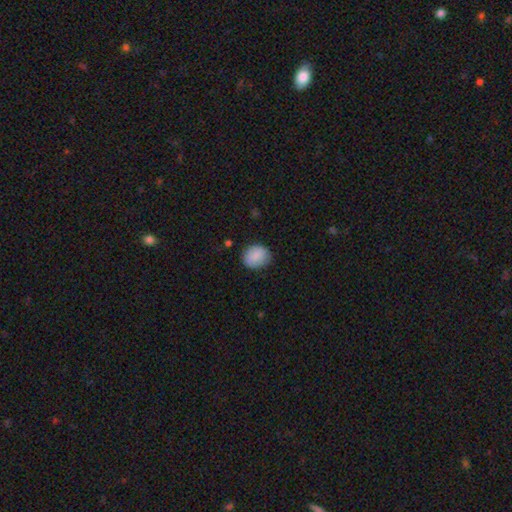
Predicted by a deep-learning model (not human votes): Morphology: type=smooth (87%); roundness=round (62%); merging=none (82%).